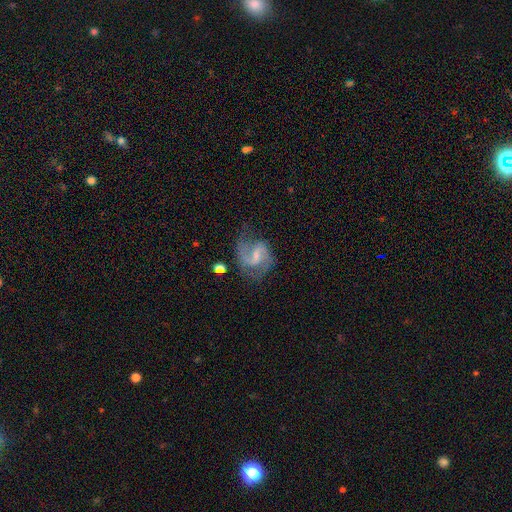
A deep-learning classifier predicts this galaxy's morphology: Overall: featured or disk (81%). Edge-on disk: no (98%). Bar: weak (59%; strong 22%). Spiral arms: yes (94%). Spiral arm count: 2 (82%). Spiral winding: medium (47%; loose 42%). Bulge size: small (46%; moderate 29%). Merging: none (54%; minor disturbance 24%).